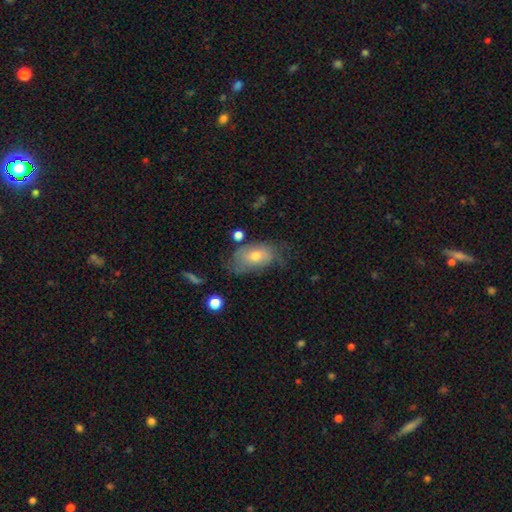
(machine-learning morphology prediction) Q: Smooth or featured?
A: smooth (55%); runner-up: featured or disk (36%)
Q: How rounded?
A: in between (89%); runner-up: round (9%)
Q: Merging?
A: none (48%); runner-up: minor disturbance (30%)